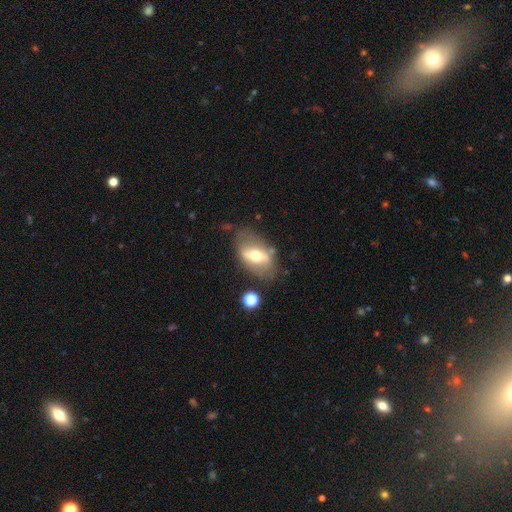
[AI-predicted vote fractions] Smooth or featured: featured or disk — 56% (smooth — 37%)
Edge-on disk: no — 85% (yes — 15%)
Merging: none — 61% (minor disturbance — 22%)